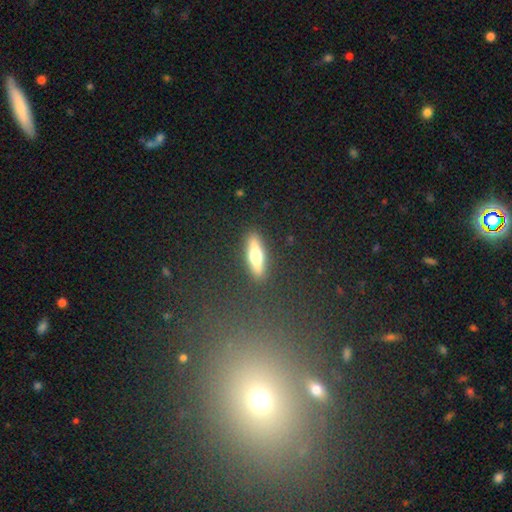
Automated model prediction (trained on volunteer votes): The model was most divided on "smooth or featured": smooth: 50%, featured or disk: 43%, star or artifact: 7%. More confident: merging — none (89%); how rounded — cigar-shaped (65%).